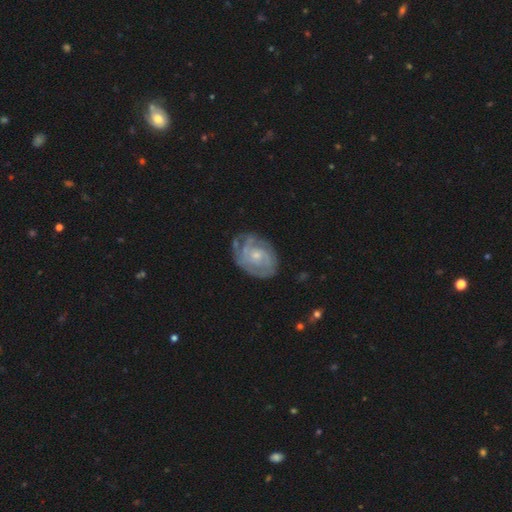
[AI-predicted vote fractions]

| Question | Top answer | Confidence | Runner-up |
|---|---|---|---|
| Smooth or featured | featured or disk | 80% | smooth (15%) |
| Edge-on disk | no | 97% | yes (3%) |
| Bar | no | 74% | weak (23%) |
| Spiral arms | yes | 90% | no (10%) |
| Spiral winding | tight | 66% | medium (27%) |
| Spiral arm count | can't tell | 40% | 2 (24%) |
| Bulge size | small | 59% | moderate (35%) |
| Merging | none | 67% | minor disturbance (23%) |